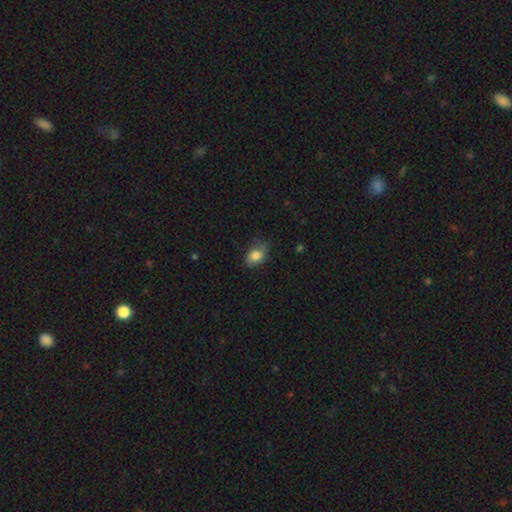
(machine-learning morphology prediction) Smooth or featured: smooth — 77% (featured or disk — 14%)
How rounded: in between — 78% (round — 21%)
Merging: none — 62% (minor disturbance — 29%)